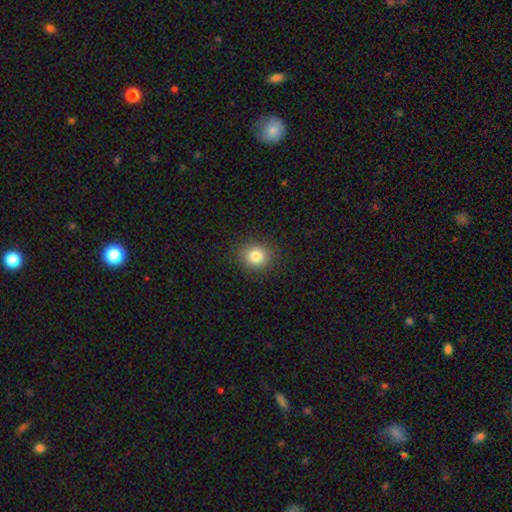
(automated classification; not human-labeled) Morphology: type=smooth (82%); roundness=round (79%); merging=none (89%).